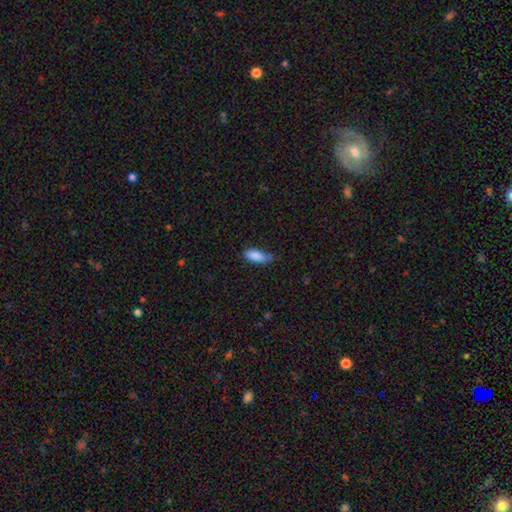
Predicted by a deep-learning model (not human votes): This is clearly a smooth galaxy (85%). How rounded: likely in between (79%). Merging: possibly none (52%).